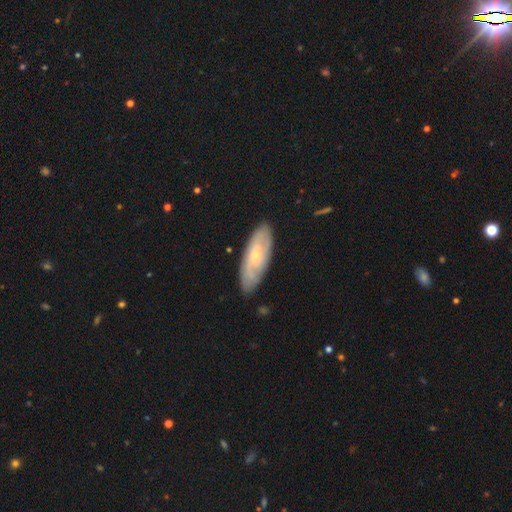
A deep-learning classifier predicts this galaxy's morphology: Smooth or featured? Predicted: featured or disk (p=0.55). Edge-on disk? Predicted: no (p=0.83). Merging? Predicted: none (p=0.83).